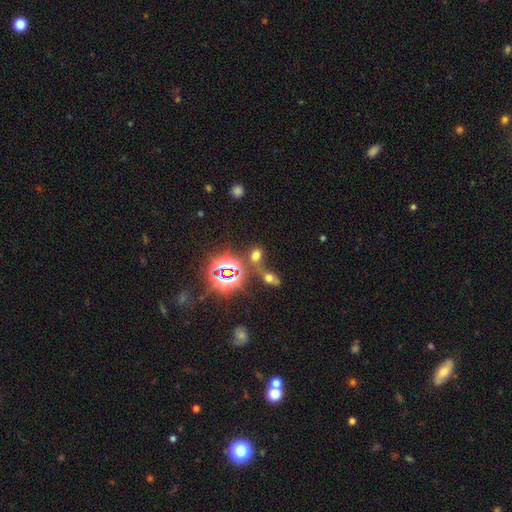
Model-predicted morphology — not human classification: A smooth galaxy with no disk features (49%). Merging: none (51%).